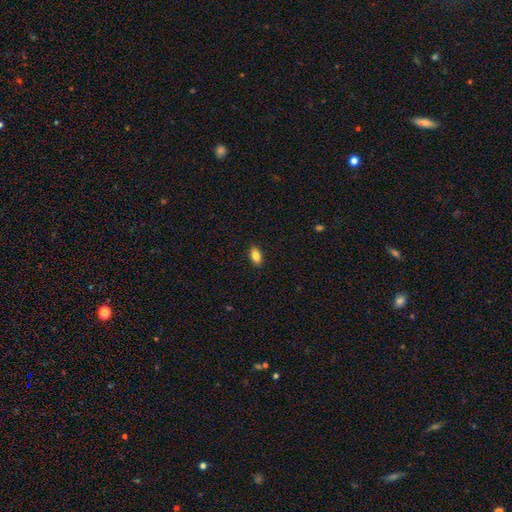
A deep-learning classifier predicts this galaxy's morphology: Smooth or featured: smooth — 84% (star or artifact — 8%)
How rounded: in between — 89% (round — 7%)
Merging: none — 88% (minor disturbance — 9%)